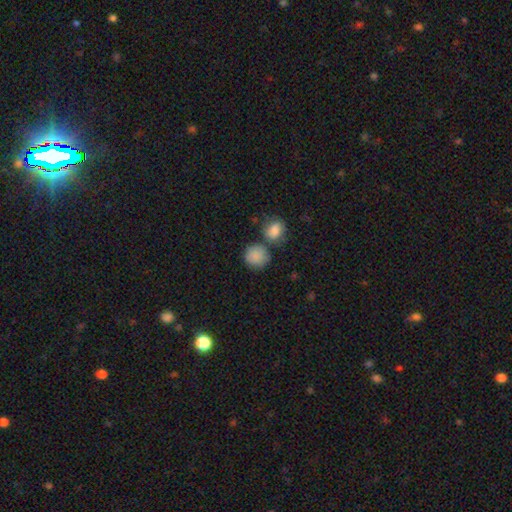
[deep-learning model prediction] Morphology: type=smooth (86%); roundness=round (86%); merging=none (58%).